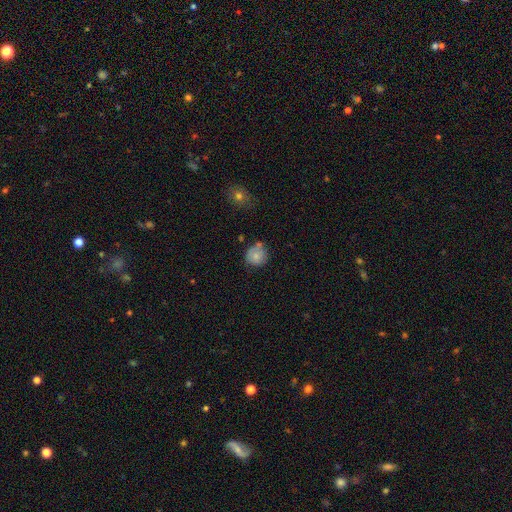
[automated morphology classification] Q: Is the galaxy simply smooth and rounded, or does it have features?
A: smooth — 77%.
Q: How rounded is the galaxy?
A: round — 86%.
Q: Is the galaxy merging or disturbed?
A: none — 60%.